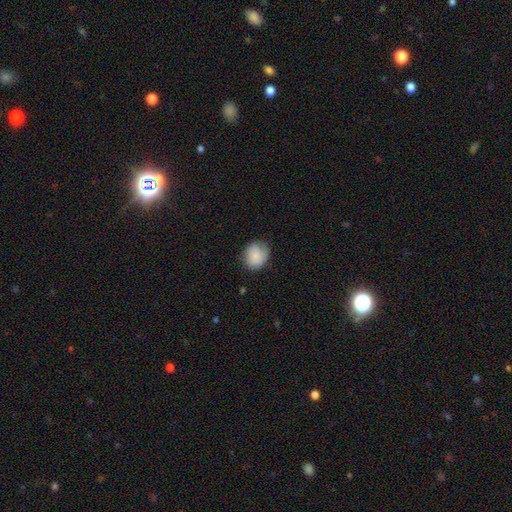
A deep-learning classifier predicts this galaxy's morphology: Smooth or featured? smooth (78%)
How rounded? round (64%)
Merging? none (71%)